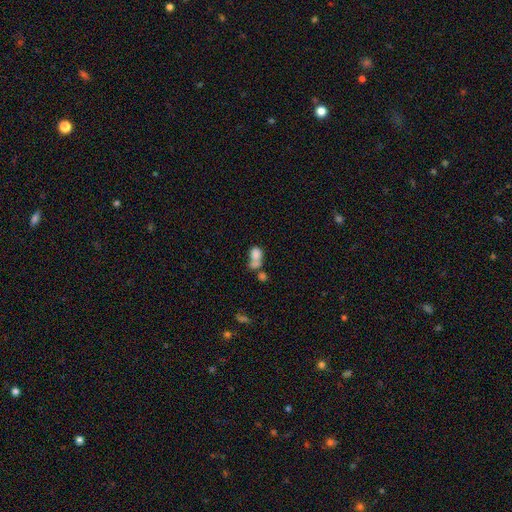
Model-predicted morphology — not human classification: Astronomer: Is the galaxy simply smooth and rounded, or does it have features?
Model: smooth — 75%.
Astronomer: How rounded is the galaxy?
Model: in between — 72%.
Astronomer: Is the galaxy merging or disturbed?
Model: merger — 59%.